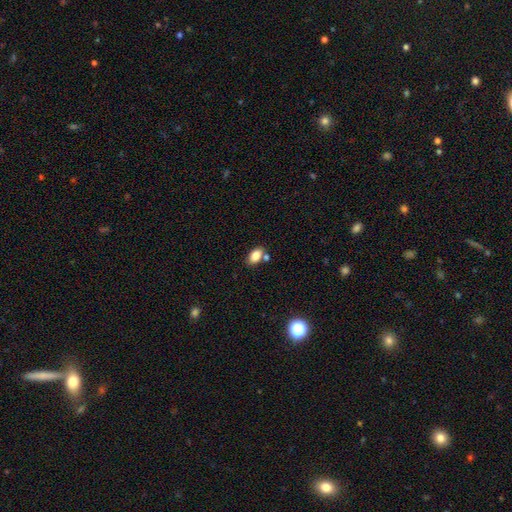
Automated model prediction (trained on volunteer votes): This appears to be a smooth galaxy with no disk features (83%) that is in between round and cigar-shaped (89%). Merging: none (68%).